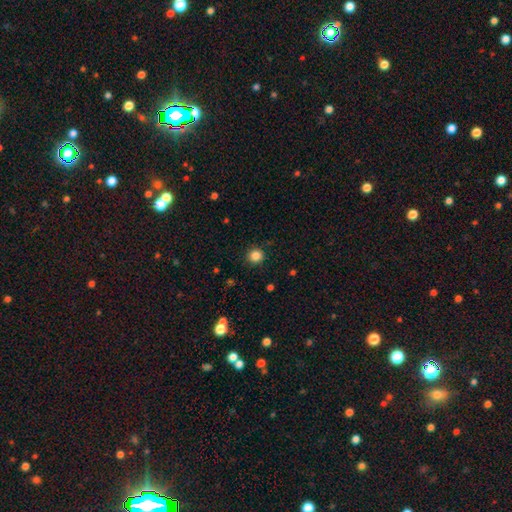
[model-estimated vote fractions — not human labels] Overall: smooth (85%). How rounded: round (93%). Merging: none (90%).